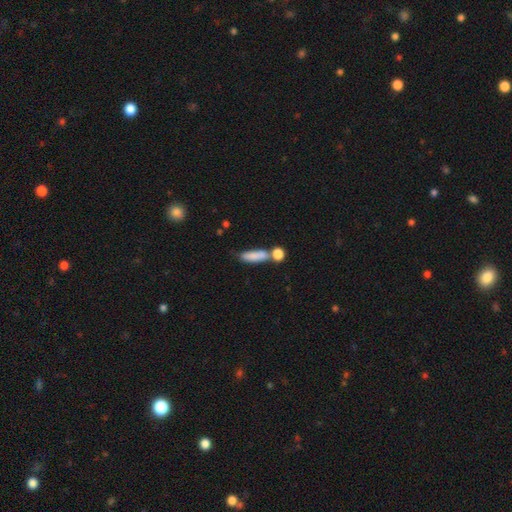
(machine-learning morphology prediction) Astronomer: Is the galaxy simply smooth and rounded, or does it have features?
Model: smooth — 81%.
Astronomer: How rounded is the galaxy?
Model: in between — 49% (runner-up: cigar-shaped, 46%).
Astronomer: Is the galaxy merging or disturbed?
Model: none — 46% (runner-up: merger, 31%).